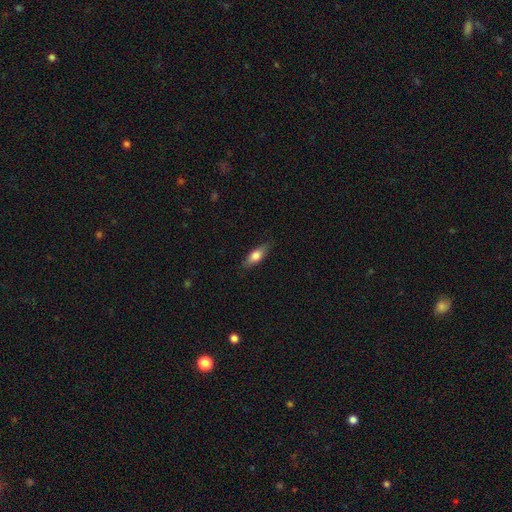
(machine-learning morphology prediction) Overall: smooth (71%). How rounded: in between (65%; cigar-shaped 32%). Merging: none (82%).